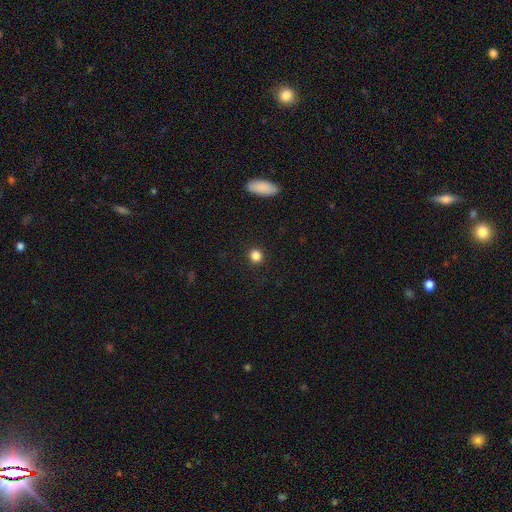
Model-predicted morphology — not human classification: Smooth or featured? Predicted: smooth (p=0.85). How rounded? Predicted: round (p=0.86). Merging? Predicted: none (p=0.91).